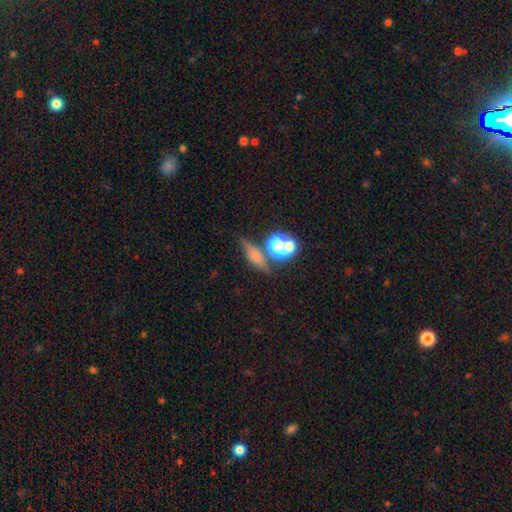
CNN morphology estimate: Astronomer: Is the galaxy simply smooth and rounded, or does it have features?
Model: smooth — 49% (runner-up: featured or disk, 32%).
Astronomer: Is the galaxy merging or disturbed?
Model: none — 66%.